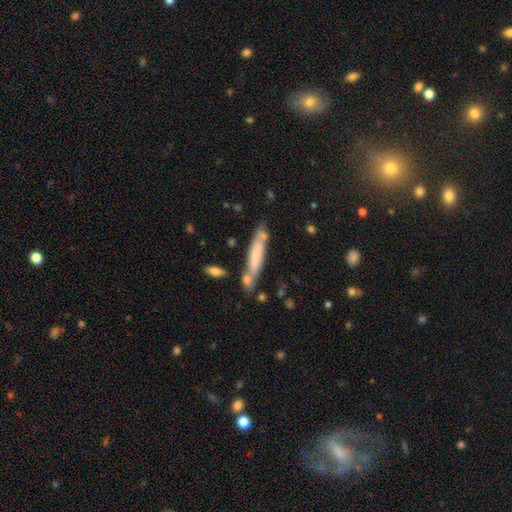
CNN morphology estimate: smooth_or_featured: smooth (p=0.67) [alt: featured or disk p=0.27]
how_rounded: cigar-shaped (p=0.85) [alt: in between p=0.13]
merging: none (p=0.64) [alt: minor disturbance p=0.17]